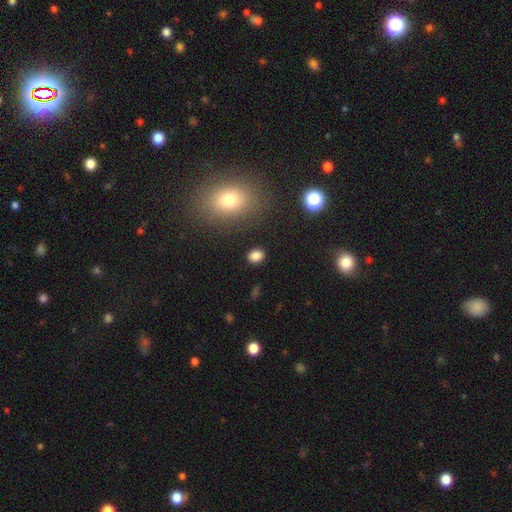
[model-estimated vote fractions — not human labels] Overall: smooth (84%). How rounded: in between (63%; round 35%). Merging: none (86%).